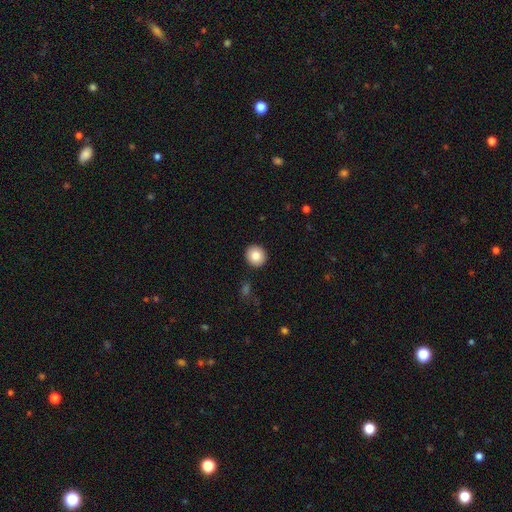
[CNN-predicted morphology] Smooth or featured?
  - smooth: 85% *
  - star or artifact: 8%
  - featured or disk: 7%
How rounded?
  - round: 91% *
  - in between: 9%
  - cigar-shaped: 1%
Merging?
  - none: 91% *
  - minor disturbance: 5%
  - major disturbance: 2%
  - merger: 1%